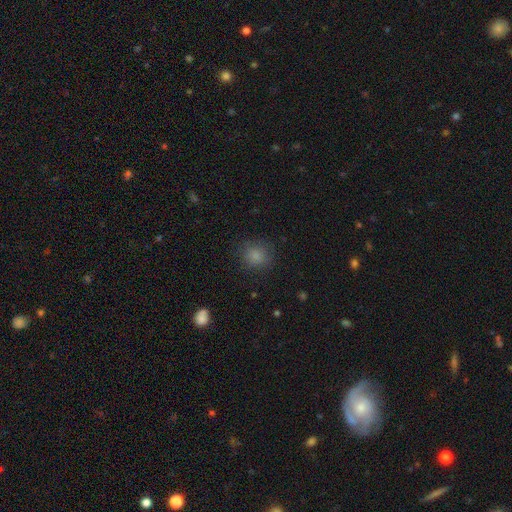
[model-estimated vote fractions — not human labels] Q: Smooth or featured?
A: smooth (84%); runner-up: star or artifact (11%)
Q: How rounded?
A: round (86%); runner-up: in between (13%)
Q: Merging?
A: none (82%); runner-up: minor disturbance (12%)